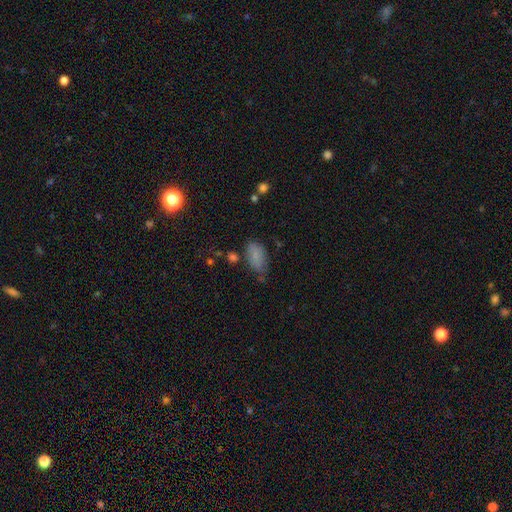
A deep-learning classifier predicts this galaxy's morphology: A smooth galaxy with no disk features (80%) that is in between round and cigar-shaped (91%).

Vote fractions:
- Smooth or featured? smooth: 80% / featured or disk: 10% / star or artifact: 9%
- How rounded? in between: 91% / cigar-shaped: 5% / round: 4%
- Merging? none: 61% / minor disturbance: 26% / major disturbance: 7% / merger: 6%